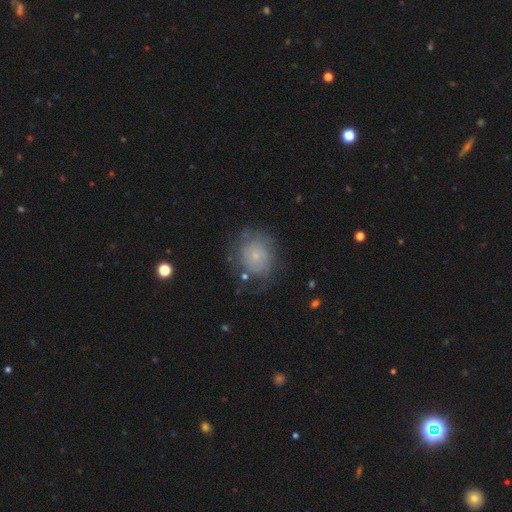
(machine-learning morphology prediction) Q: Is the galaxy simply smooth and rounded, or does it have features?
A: smooth — 51%.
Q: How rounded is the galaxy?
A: round — 77%.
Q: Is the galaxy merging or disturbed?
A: none — 60%.